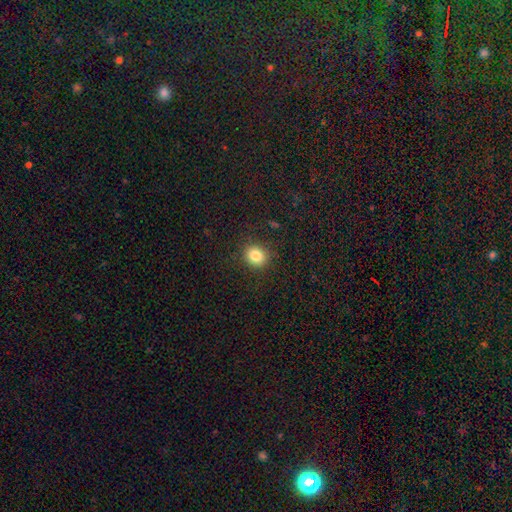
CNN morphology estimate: Overall: smooth (84%). How rounded: round (75%). Merging: none (88%).